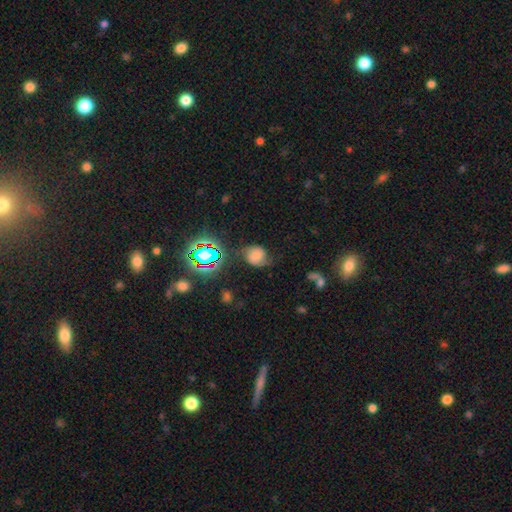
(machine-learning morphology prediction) Q: Smooth or featured?
A: smooth (48%); runner-up: featured or disk (33%)
Q: Merging?
A: none (55%); runner-up: minor disturbance (27%)